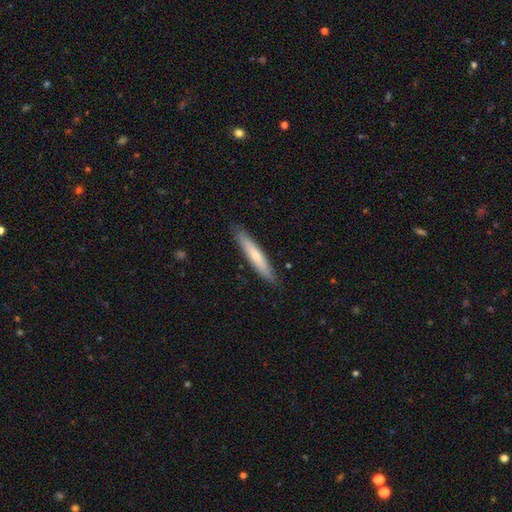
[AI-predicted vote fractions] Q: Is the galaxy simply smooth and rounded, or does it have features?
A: smooth — 62%.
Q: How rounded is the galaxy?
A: cigar-shaped — 93%.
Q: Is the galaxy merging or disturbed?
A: none — 88%.